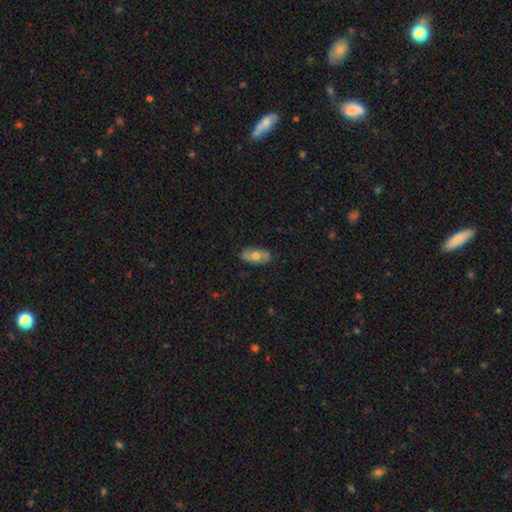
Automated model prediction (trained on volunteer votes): Overall: smooth (56%; featured or disk 38%). How rounded: in between (88%). Merging: none (84%).